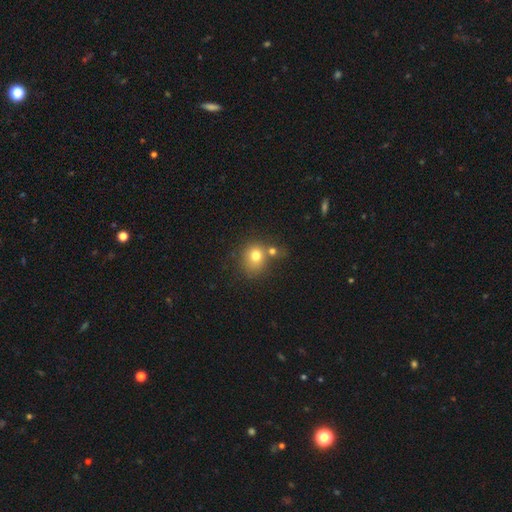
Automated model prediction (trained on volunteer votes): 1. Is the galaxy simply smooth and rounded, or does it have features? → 76% smooth, 12% featured or disk, 12% star or artifact.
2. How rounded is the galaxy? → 78% round, 21% in between, 1% cigar-shaped.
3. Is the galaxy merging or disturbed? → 51% none, 31% merger, 13% minor disturbance, 5% major disturbance.